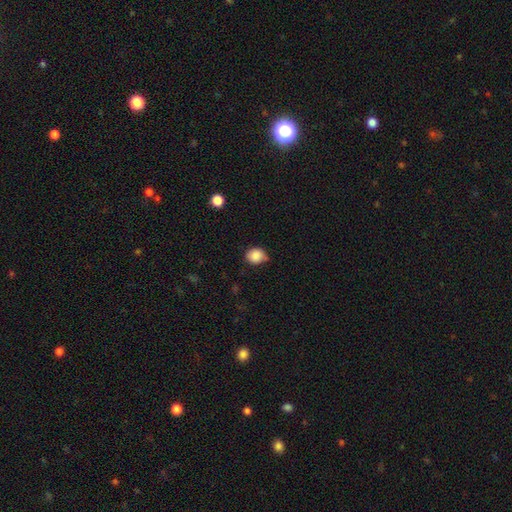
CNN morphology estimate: smooth 87%, star or artifact 9%, featured or disk 4%. Down the decision tree: how rounded — round (69%); merging — none (66%).